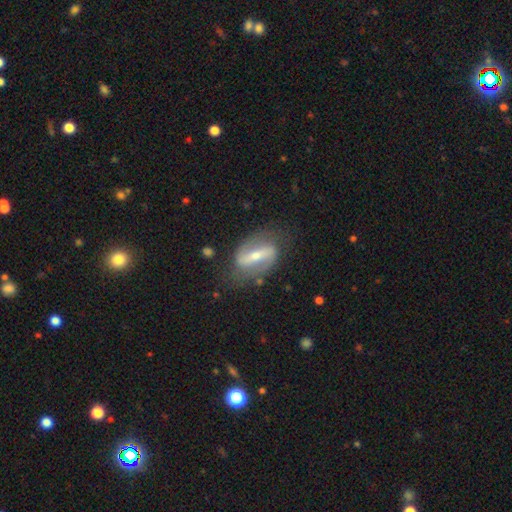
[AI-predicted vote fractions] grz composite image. It shows a featured or disk galaxy (80%) with a strong bar (70%), 2 (89%) loose (43%) spiral arms (83%) and a small central bulge (50%). Merging: none (74%).